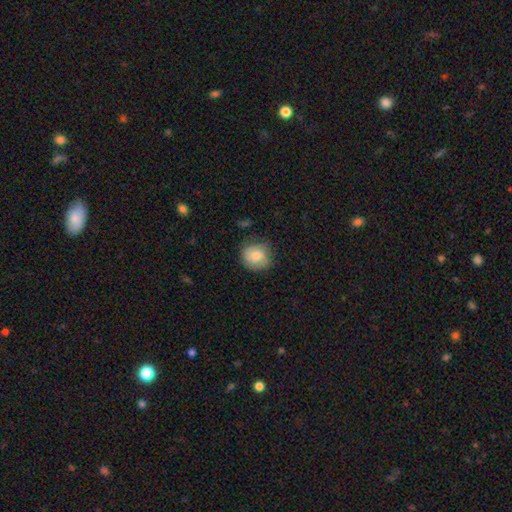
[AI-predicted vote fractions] A smooth galaxy with no disk features (76%) that is round (86%). Merging: none (74%).